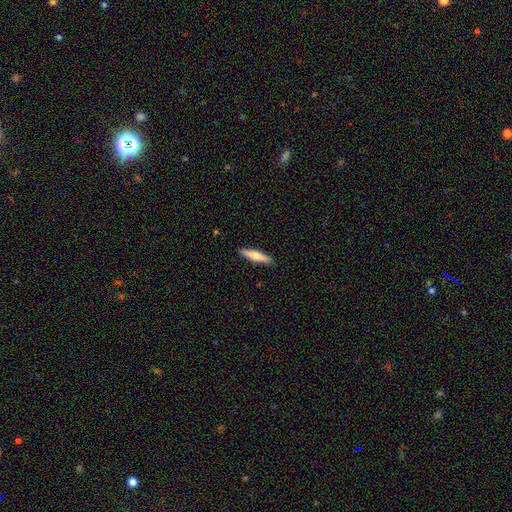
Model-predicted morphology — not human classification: This is likely a smooth galaxy (63%). How rounded: clearly cigar-shaped (81%). Merging: clearly none (90%).